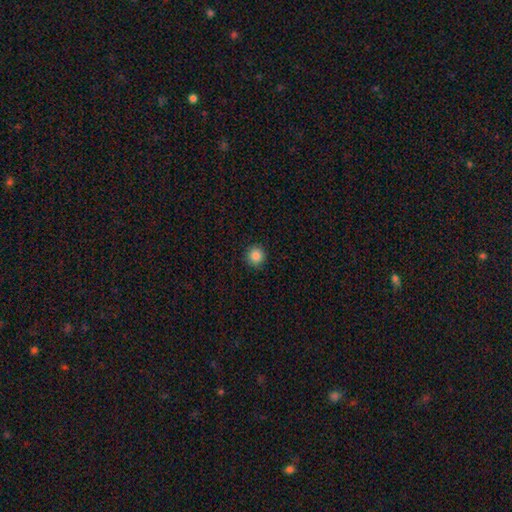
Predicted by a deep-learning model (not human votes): This appears to be a smooth galaxy with no disk features (86%) that is round (95%). Merging: none (92%).